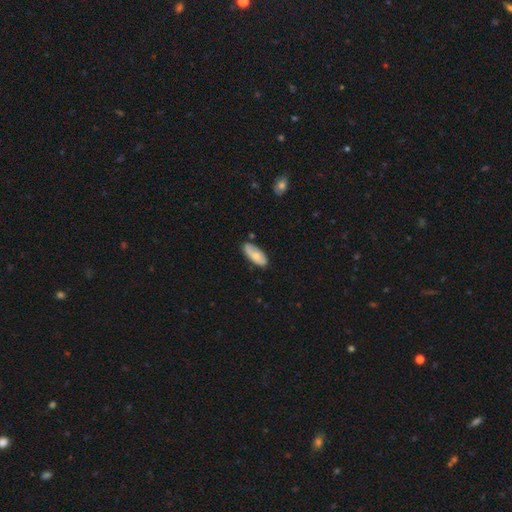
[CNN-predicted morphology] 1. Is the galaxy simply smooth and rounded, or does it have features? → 63% smooth, 31% featured or disk, 6% star or artifact.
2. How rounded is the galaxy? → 84% in between, 14% cigar-shaped, 2% round.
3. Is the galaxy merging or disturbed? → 74% none, 20% minor disturbance, 3% major disturbance, 2% merger.